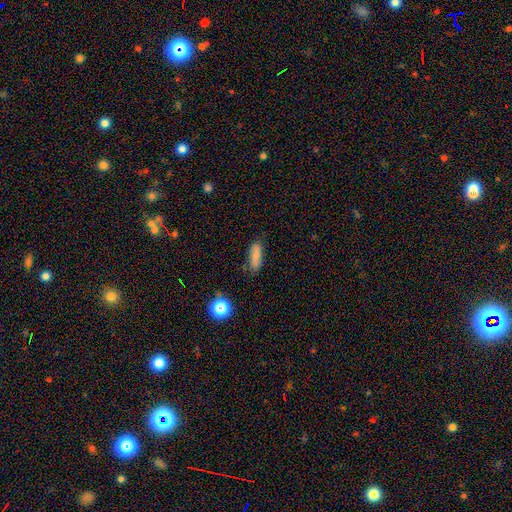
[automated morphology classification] Smooth or featured? Predicted: smooth (p=0.80). How rounded? Predicted: in between (p=0.66). Merging? Predicted: none (p=0.74).